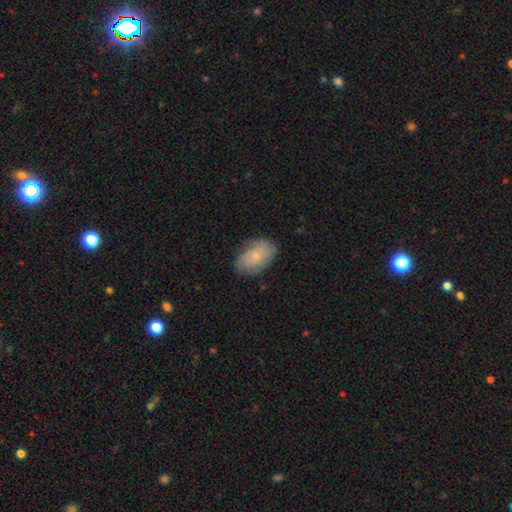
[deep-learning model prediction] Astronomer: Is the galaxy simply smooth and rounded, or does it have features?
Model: smooth — 60%.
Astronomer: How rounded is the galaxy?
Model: in between — 89%.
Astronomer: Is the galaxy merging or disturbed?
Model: none — 72%.